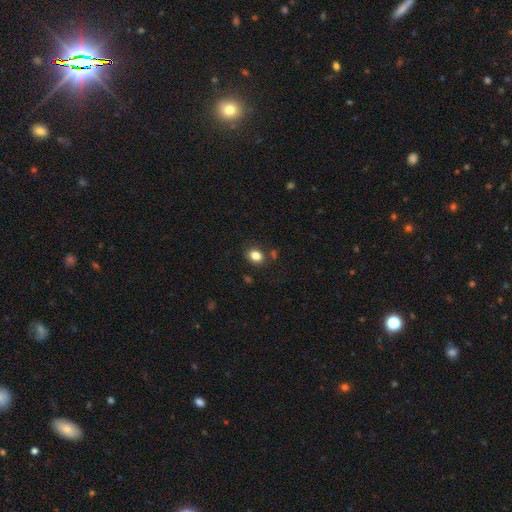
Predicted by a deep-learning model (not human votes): Smooth or featured? Predicted: smooth (p=0.83). How rounded? Predicted: round (p=0.52). Merging? Predicted: none (p=0.81).